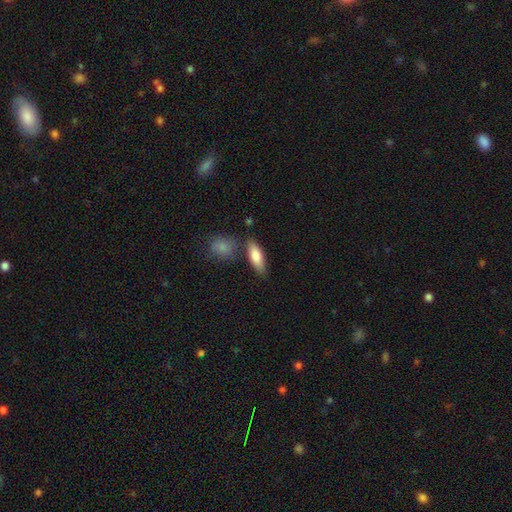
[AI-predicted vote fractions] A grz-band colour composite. It shows a smooth galaxy with no disk features (82%) that is in between round and cigar-shaped (66%). Merging: none (73%).